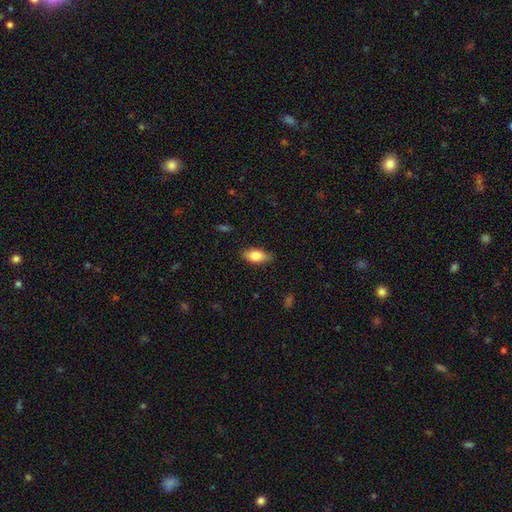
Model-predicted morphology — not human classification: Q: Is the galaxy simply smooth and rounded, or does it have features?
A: smooth — 78%.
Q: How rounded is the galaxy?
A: in between — 87%.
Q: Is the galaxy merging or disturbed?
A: none — 80%.